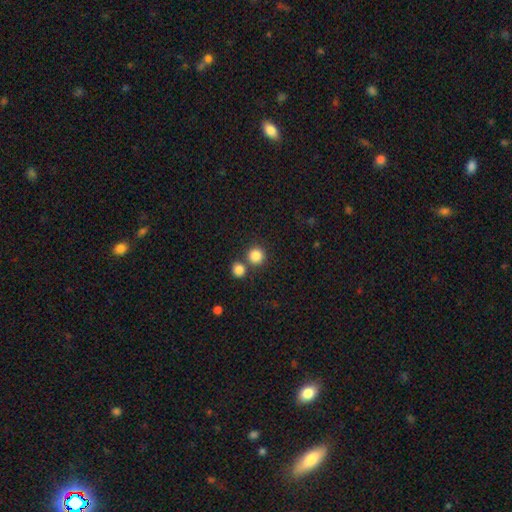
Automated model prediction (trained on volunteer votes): This is clearly a smooth galaxy (85%). How rounded: clearly round (92%). Merging: likely none (71%).